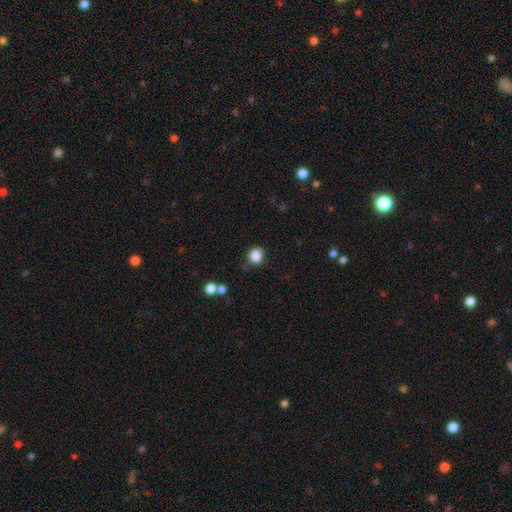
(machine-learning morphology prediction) Smooth or featured? smooth (85%)
How rounded? round (79%)
Merging? none (79%)